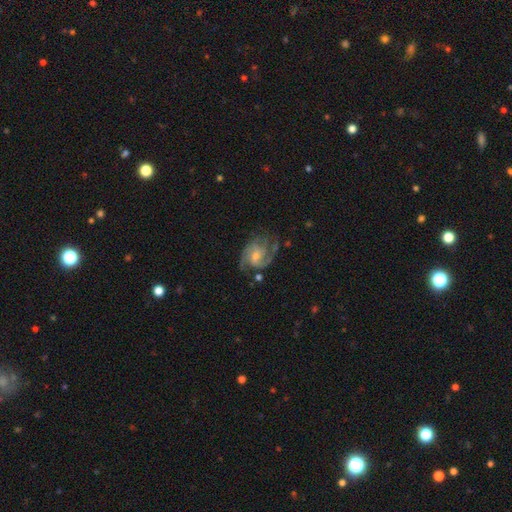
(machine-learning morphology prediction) Smooth or featured?
  - featured or disk: 85% *
  - smooth: 9%
  - star or artifact: 7%
Edge-on disk?
  - no: 98% *
  - yes: 2%
Bar?
  - no: 46% *
  - weak: 45%
  - strong: 9%
Spiral arms?
  - yes: 96% *
  - no: 4%
Spiral winding?
  - medium: 49% *
  - tight: 36%
  - loose: 15%
Spiral arm count?
  - 2: 49% *
  - 3: 24%
  - can't tell: 14%
  - 4: 5%
  - 1: 4%
  - more than 4: 3%
Bulge size?
  - moderate: 49% *
  - small: 41%
  - none: 5%
  - large: 4%
  - dominant: 1%
Merging?
  - none: 65% *
  - minor disturbance: 20%
  - major disturbance: 13%
  - merger: 3%